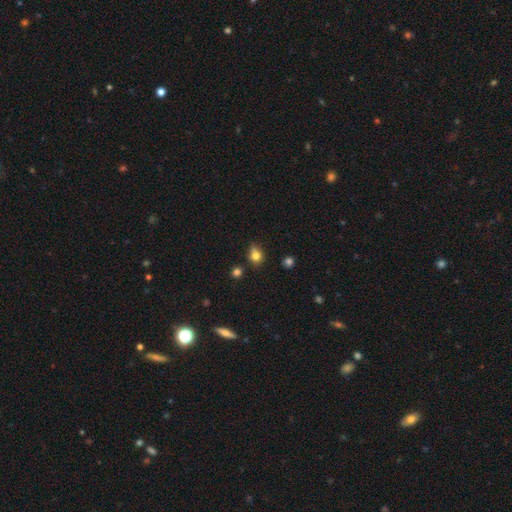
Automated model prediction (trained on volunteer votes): This appears to be a smooth galaxy with no disk features (77%) that is round (63%). Merging: none (55%).